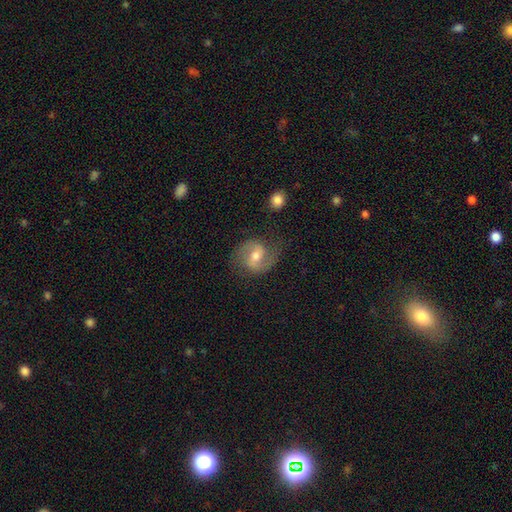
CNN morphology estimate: smooth_or_featured: featured or disk (p=0.80) [alt: smooth p=0.14]
disk_edge_on: no (p=0.98) [alt: yes p=0.02]
bar: weak (p=0.51) [alt: strong p=0.26]
has_spiral_arms: yes (p=0.94) [alt: no p=0.06]
spiral_winding: medium (p=0.54) [alt: loose p=0.28]
spiral_arm_count: 2 (p=0.88) [alt: 1 p=0.05]
bulge_size: moderate (p=0.68) [alt: small p=0.24]
merging: none (p=0.73) [alt: minor disturbance p=0.17]